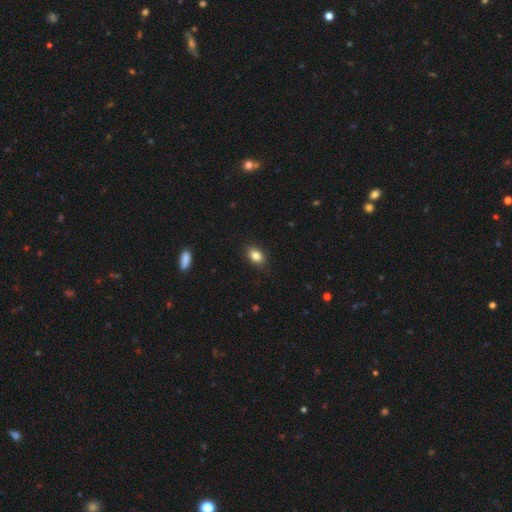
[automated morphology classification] Q: Smooth or featured?
A: smooth (84%); runner-up: star or artifact (9%)
Q: How rounded?
A: in between (81%); runner-up: round (17%)
Q: Merging?
A: none (87%); runner-up: minor disturbance (10%)